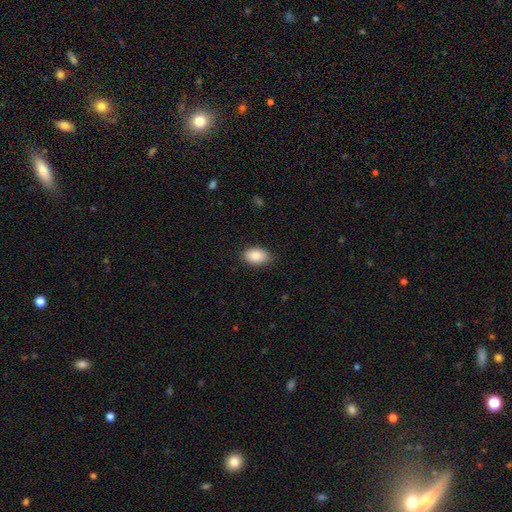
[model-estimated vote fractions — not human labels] Smooth or featured?
  - smooth: 86% *
  - star or artifact: 7%
  - featured or disk: 7%
How rounded?
  - in between: 86% *
  - round: 12%
  - cigar-shaped: 1%
Merging?
  - none: 82% *
  - minor disturbance: 15%
  - major disturbance: 2%
  - merger: 1%